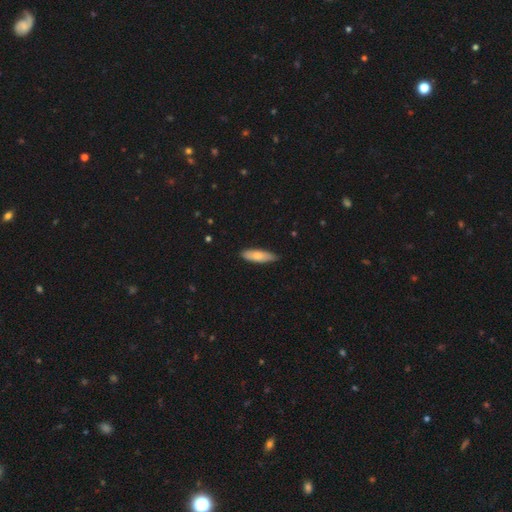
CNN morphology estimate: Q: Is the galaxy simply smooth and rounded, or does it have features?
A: smooth — 70%.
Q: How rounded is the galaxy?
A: cigar-shaped — 59%.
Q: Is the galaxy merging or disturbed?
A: none — 85%.